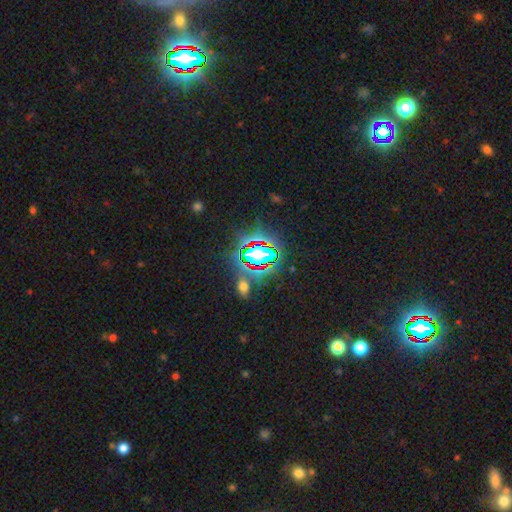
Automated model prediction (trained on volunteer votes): smooth_or_featured: star or artifact (p=0.74) [alt: smooth p=0.16]